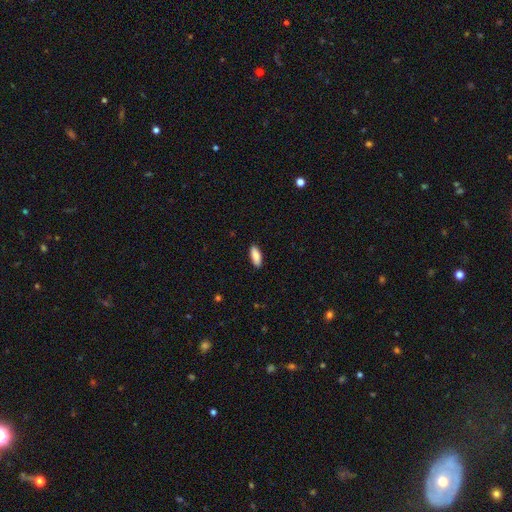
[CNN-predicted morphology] Q: Smooth or featured?
A: smooth (86%); runner-up: featured or disk (8%)
Q: How rounded?
A: in between (74%); runner-up: cigar-shaped (24%)
Q: Merging?
A: none (89%); runner-up: minor disturbance (8%)